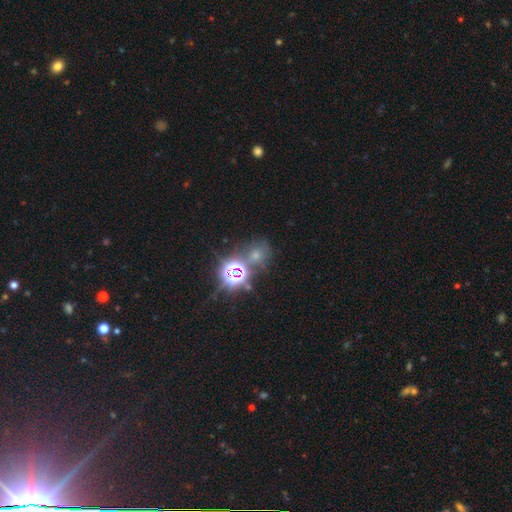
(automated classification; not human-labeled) star or artifact 50%, smooth 38%, featured or disk 12%.